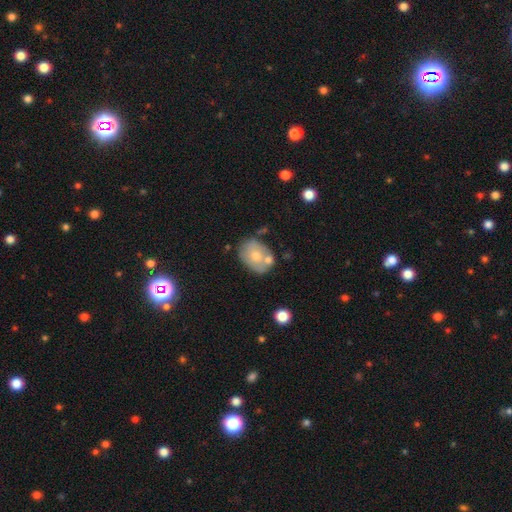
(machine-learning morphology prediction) A smooth galaxy with no disk features (63%) that is in between round and cigar-shaped (64%).

Vote fractions:
- Smooth or featured? smooth: 63% / featured or disk: 30% / star or artifact: 7%
- How rounded? in between: 64% / round: 35% / cigar-shaped: 1%
- Merging? none: 55% / merger: 20% / minor disturbance: 19% / major disturbance: 5%